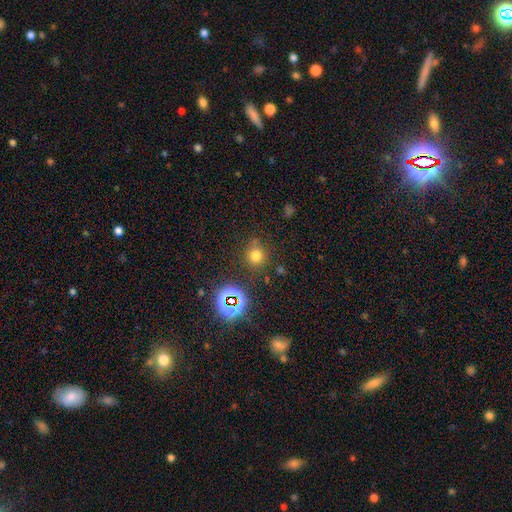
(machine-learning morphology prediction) Smooth or featured: smooth — 69% (star or artifact — 22%)
How rounded: round — 83% (in between — 16%)
Merging: none — 76% (minor disturbance — 15%)